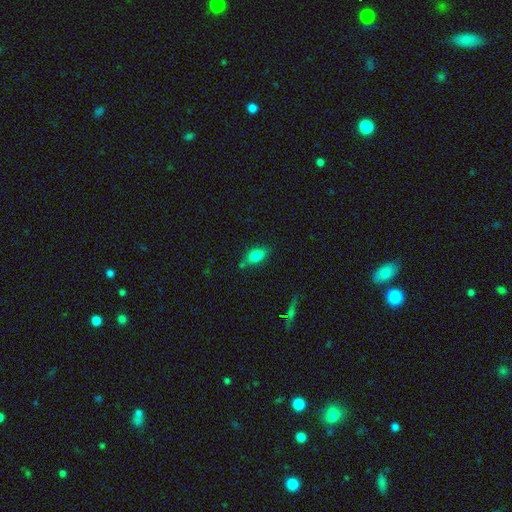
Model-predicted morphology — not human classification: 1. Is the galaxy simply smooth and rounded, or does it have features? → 80% smooth, 11% featured or disk, 9% star or artifact.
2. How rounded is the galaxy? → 85% in between, 8% cigar-shaped, 7% round.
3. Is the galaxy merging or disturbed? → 72% none, 18% minor disturbance, 7% merger, 4% major disturbance.